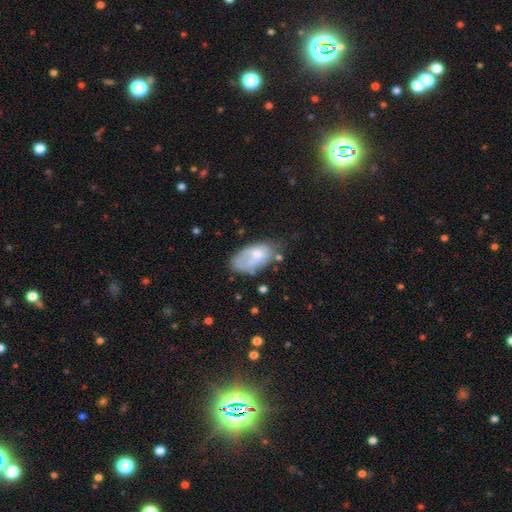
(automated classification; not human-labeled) smooth_or_featured: smooth (p=0.59) [alt: featured or disk p=0.34]
how_rounded: in between (p=0.93) [alt: round p=0.05]
merging: none (p=0.41) [alt: minor disturbance p=0.32]